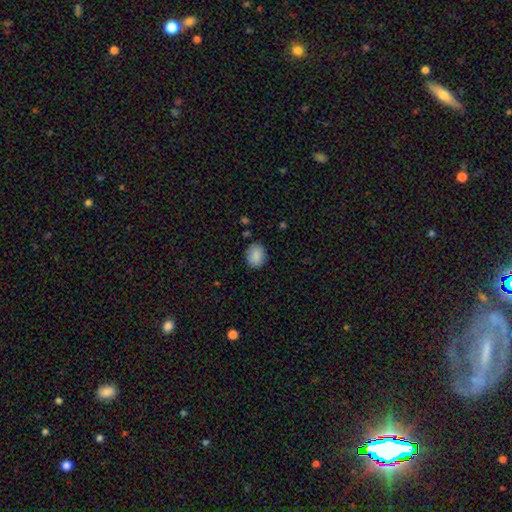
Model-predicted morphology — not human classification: Overall: smooth (89%). How rounded: in between (57%; round 42%). Merging: none (85%).